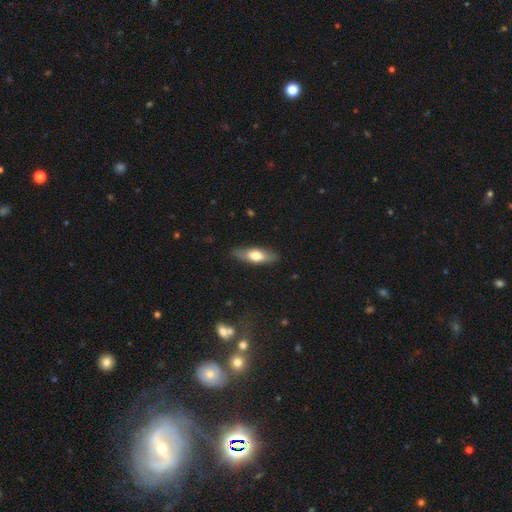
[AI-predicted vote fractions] Smooth or featured: smooth — 61% (featured or disk — 33%)
How rounded: in between — 56% (cigar-shaped — 41%)
Merging: none — 84% (minor disturbance — 12%)